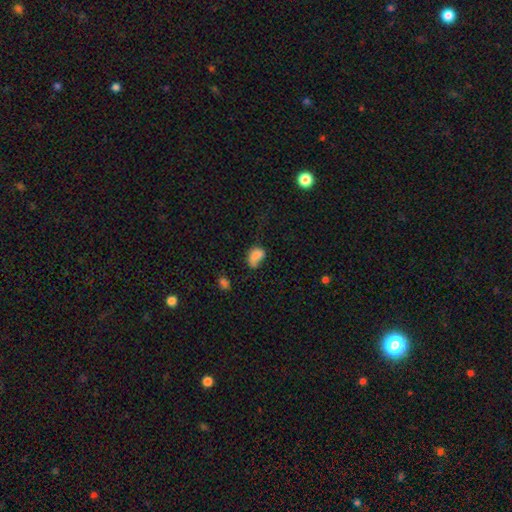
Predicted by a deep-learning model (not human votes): A smooth galaxy with no disk features (75%) that is in between round and cigar-shaped (82%). Merging: none (35%).